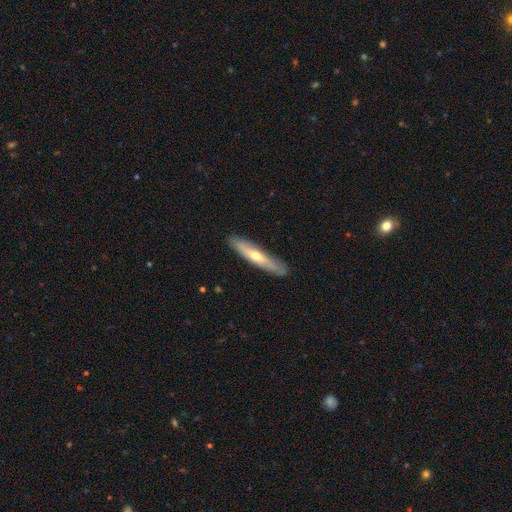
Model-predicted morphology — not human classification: smooth_or_featured: featured or disk (p=0.49) [alt: smooth p=0.46]
merging: none (p=0.87) [alt: minor disturbance p=0.10]